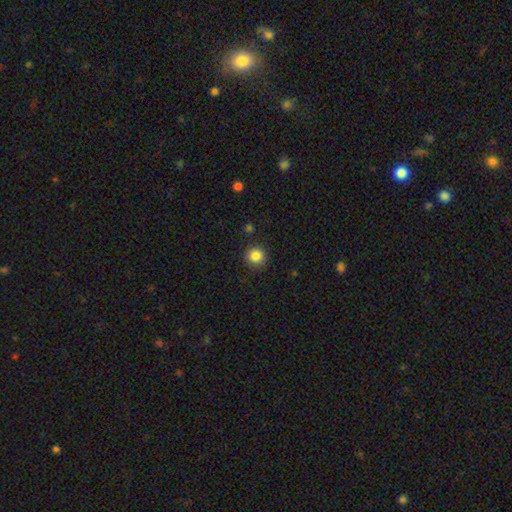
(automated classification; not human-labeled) A smooth galaxy with no disk features (85%) that is round (93%). Merging: none (90%).